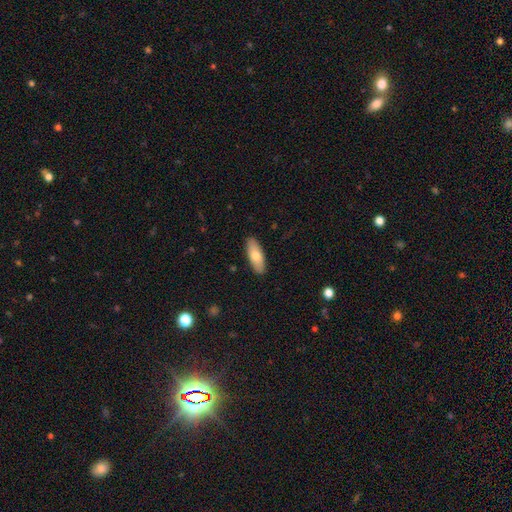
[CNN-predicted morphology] A smooth galaxy with no disk features (75%) that is in between round and cigar-shaped (73%).

Vote fractions:
- Smooth or featured? smooth: 75% / featured or disk: 20% / star or artifact: 6%
- How rounded? in between: 73% / cigar-shaped: 25% / round: 2%
- Merging? none: 89% / minor disturbance: 8% / major disturbance: 2% / merger: 1%